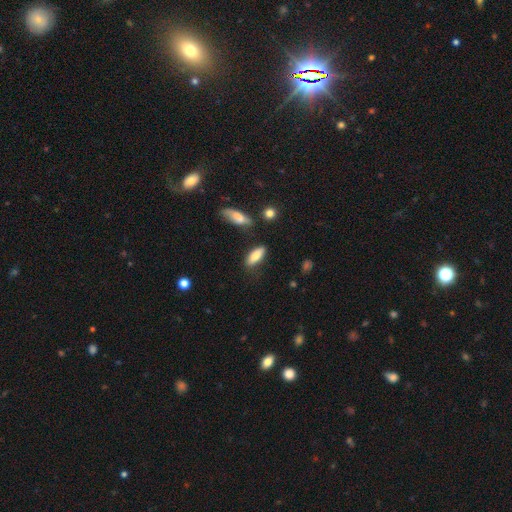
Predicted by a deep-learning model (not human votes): The model was most divided on "how rounded": in between: 69%, cigar-shaped: 28%, round: 2%. More confident: smooth or featured — smooth (78%); merging — none (74%).